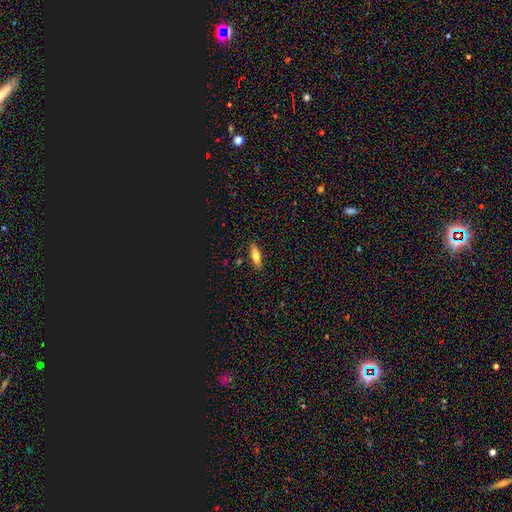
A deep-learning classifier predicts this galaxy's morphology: type=smooth (64%); roundness=in between (49%, tied with cigar-shaped); merging=none (88%).